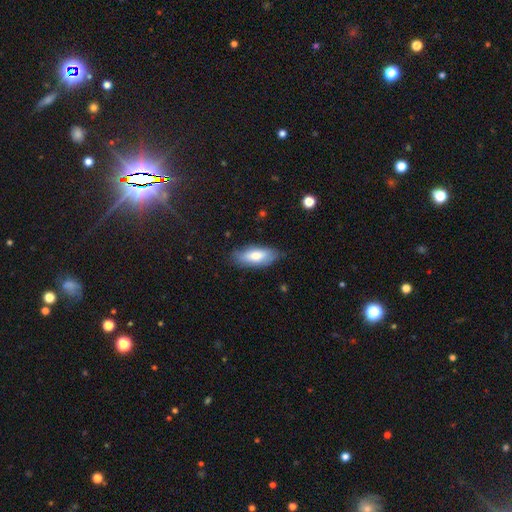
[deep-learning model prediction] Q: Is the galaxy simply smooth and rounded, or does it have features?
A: smooth — 74%.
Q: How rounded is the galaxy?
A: in between — 81%.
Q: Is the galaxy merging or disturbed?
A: none — 77%.